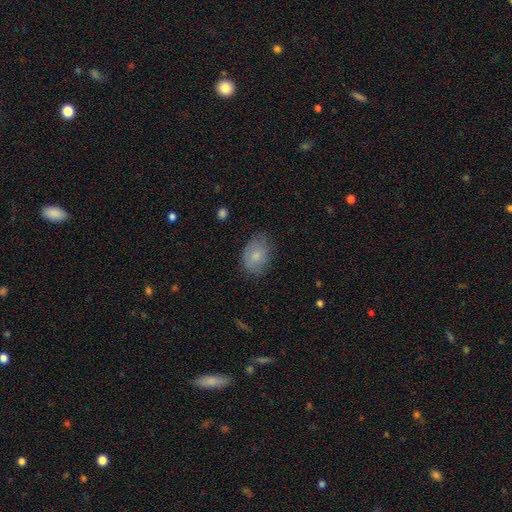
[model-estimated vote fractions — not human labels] Q: Smooth or featured?
A: smooth (78%); runner-up: featured or disk (14%)
Q: How rounded?
A: in between (79%); runner-up: round (20%)
Q: Merging?
A: none (71%); runner-up: minor disturbance (23%)